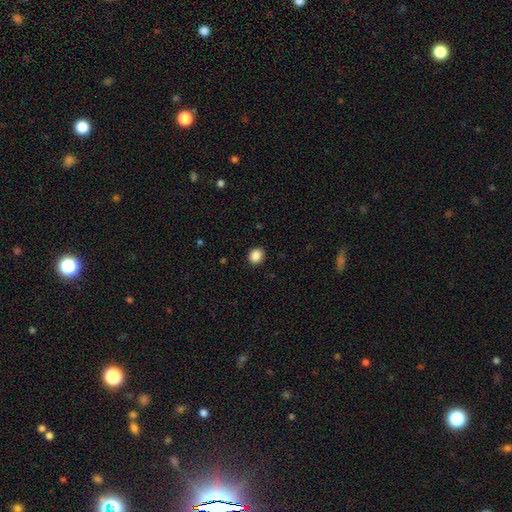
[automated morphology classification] type=smooth (88%); roundness=round (75%); merging=none (90%).